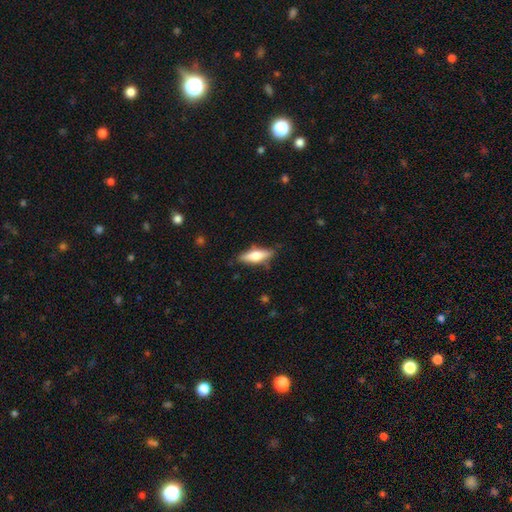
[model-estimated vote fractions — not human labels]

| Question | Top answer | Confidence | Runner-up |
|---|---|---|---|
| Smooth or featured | smooth | 57% | featured or disk (37%) |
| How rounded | in between | 50% | cigar-shaped (48%) |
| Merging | none | 82% | minor disturbance (13%) |